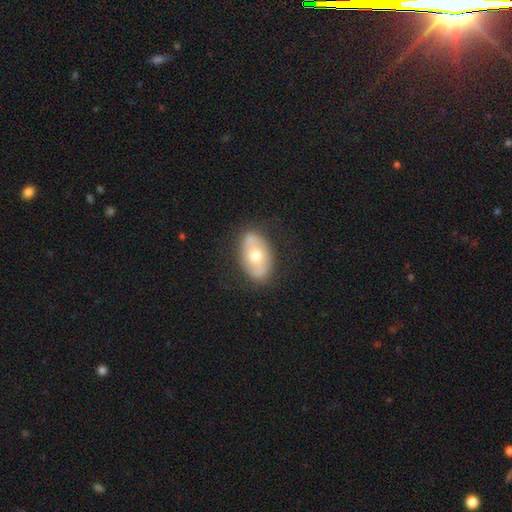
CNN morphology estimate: Smooth or featured? smooth (47%, tied with featured or disk)
Merging? none (81%)